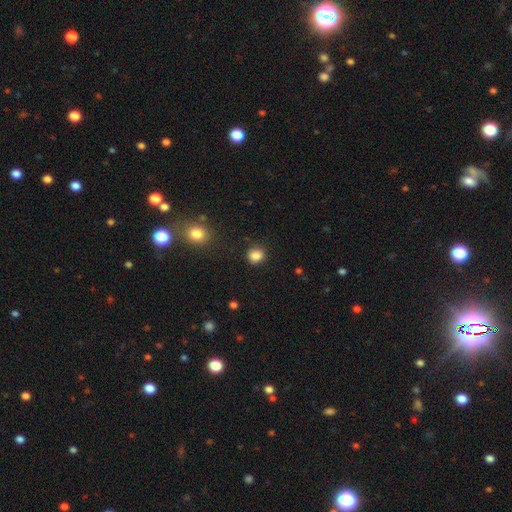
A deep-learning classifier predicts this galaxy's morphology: Smooth or featured? smooth (86%)
How rounded? round (77%)
Merging? none (85%)